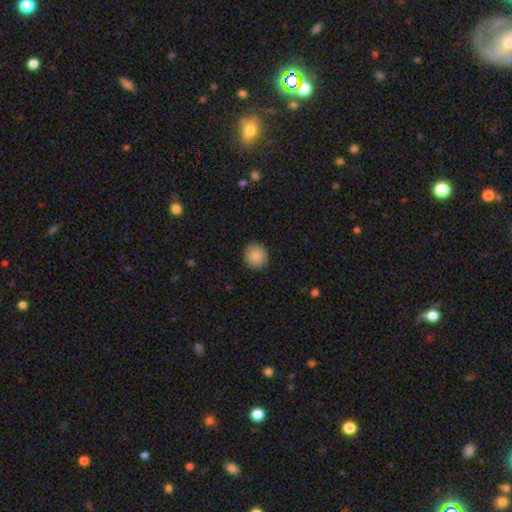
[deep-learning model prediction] Q: Smooth or featured?
A: smooth (88%); runner-up: star or artifact (8%)
Q: How rounded?
A: round (90%); runner-up: in between (9%)
Q: Merging?
A: none (90%); runner-up: minor disturbance (7%)